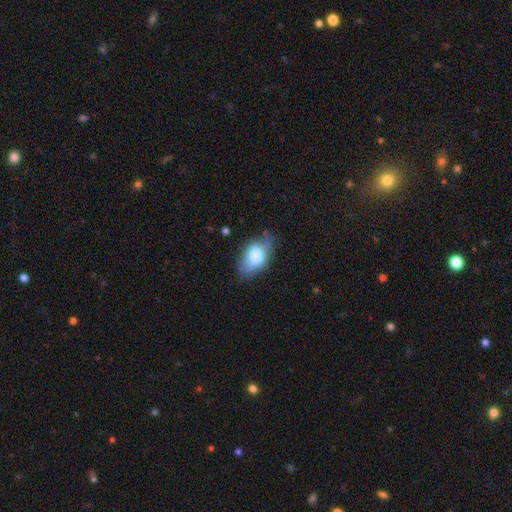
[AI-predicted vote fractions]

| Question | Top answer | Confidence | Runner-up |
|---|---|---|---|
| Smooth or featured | smooth | 72% | featured or disk (21%) |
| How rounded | in between | 90% | round (8%) |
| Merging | none | 57% | minor disturbance (32%) |